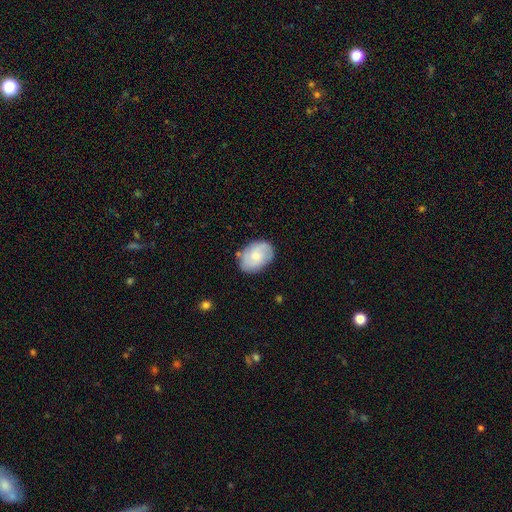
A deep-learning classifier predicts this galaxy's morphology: smooth_or_featured: smooth (p=0.51) [alt: featured or disk p=0.43]
how_rounded: in between (p=0.79) [alt: round p=0.20]
merging: none (p=0.78) [alt: minor disturbance p=0.16]